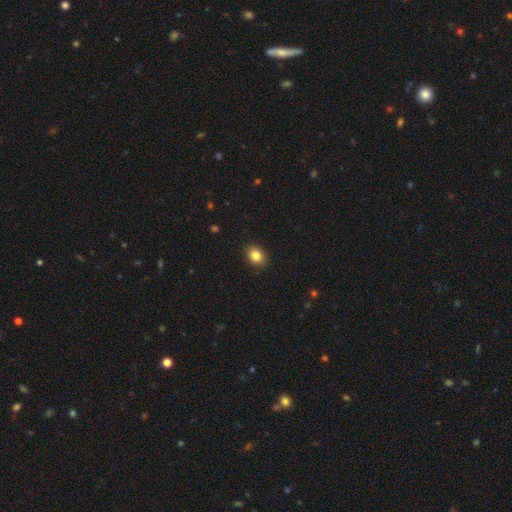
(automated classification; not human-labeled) Smooth or featured: smooth — 85% (star or artifact — 9%)
How rounded: in between — 56% (round — 43%)
Merging: none — 89% (minor disturbance — 8%)